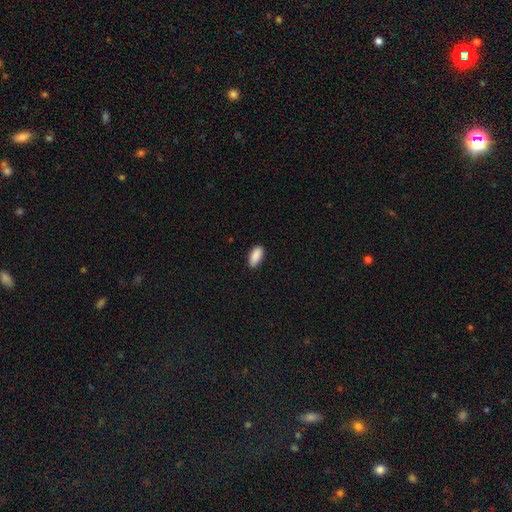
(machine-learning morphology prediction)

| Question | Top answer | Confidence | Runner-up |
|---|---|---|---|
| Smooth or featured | smooth | 91% | star or artifact (6%) |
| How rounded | in between | 91% | cigar-shaped (7%) |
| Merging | none | 87% | minor disturbance (10%) |